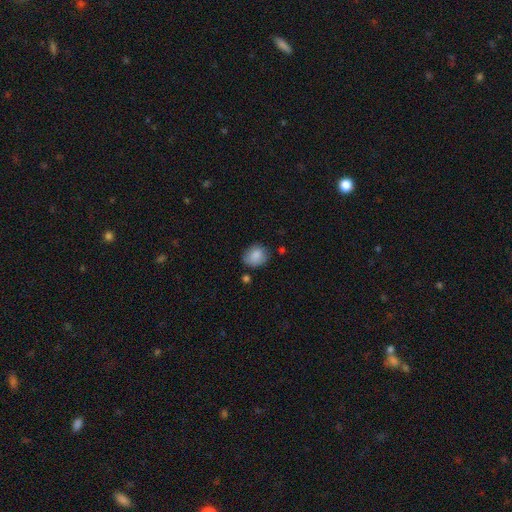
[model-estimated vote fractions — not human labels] A smooth galaxy with no disk features (86%) that is round (56%). Merging: none (69%).